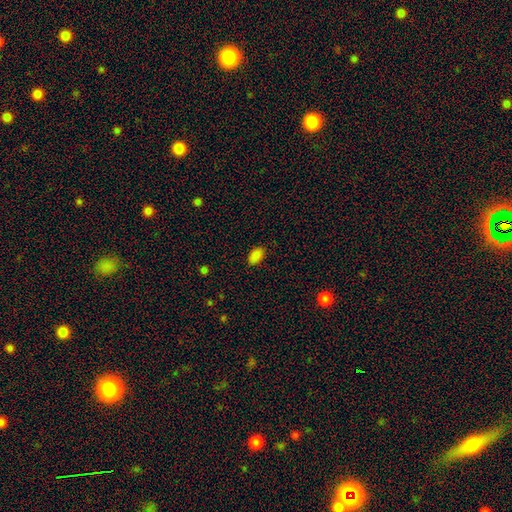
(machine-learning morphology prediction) smooth-or-featured: smooth: 87% | star or artifact: 10% | featured or disk: 3%
  how-rounded: in between: 92% | round: 7% | cigar-shaped: 2%
  merging: none: 87% | minor disturbance: 10% | major disturbance: 2% | merger: 1%